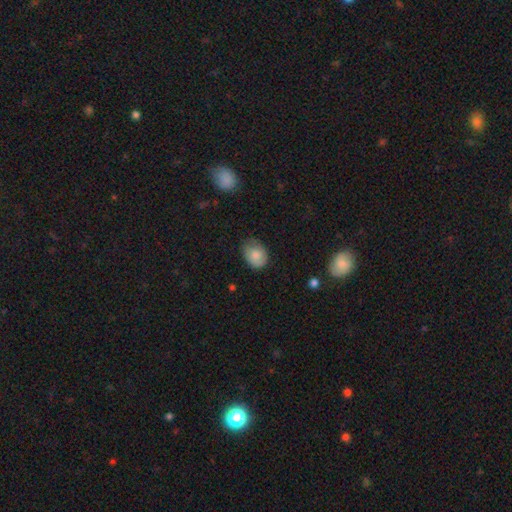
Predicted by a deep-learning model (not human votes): Smooth or featured? smooth (79%)
How rounded? in between (61%)
Merging? none (62%)